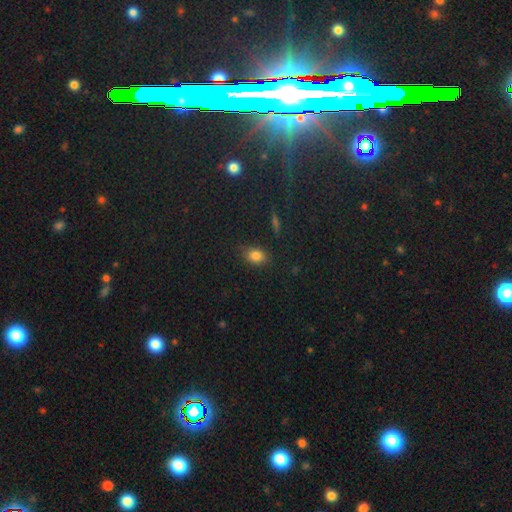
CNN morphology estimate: Smooth or featured?
  - smooth: 81% *
  - star or artifact: 12%
  - featured or disk: 7%
How rounded?
  - in between: 65% *
  - round: 33%
  - cigar-shaped: 2%
Merging?
  - none: 79% *
  - minor disturbance: 16%
  - major disturbance: 3%
  - merger: 2%